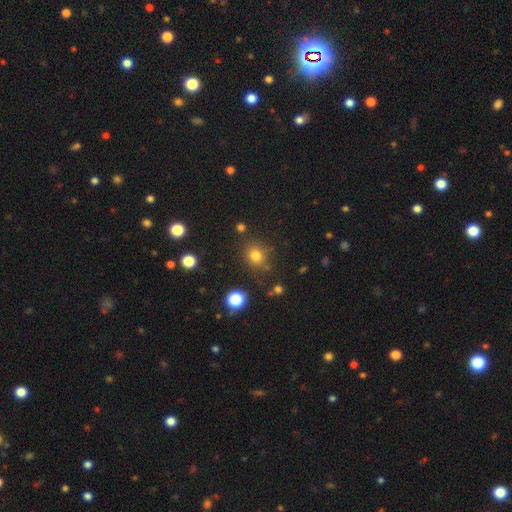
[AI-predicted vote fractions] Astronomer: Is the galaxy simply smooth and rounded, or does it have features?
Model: smooth — 77%.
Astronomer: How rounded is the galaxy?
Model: round — 77%.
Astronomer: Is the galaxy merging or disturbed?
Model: none — 80%.